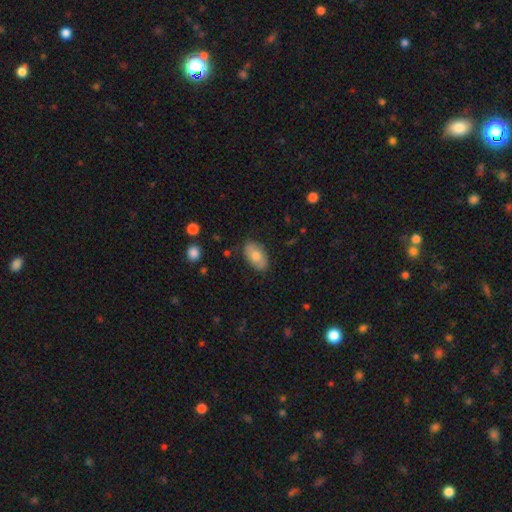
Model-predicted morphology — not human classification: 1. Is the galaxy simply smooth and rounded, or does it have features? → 69% smooth, 24% featured or disk, 7% star or artifact.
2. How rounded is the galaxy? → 93% in between, 5% round, 2% cigar-shaped.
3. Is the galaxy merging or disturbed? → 82% none, 14% minor disturbance, 3% major disturbance, 1% merger.